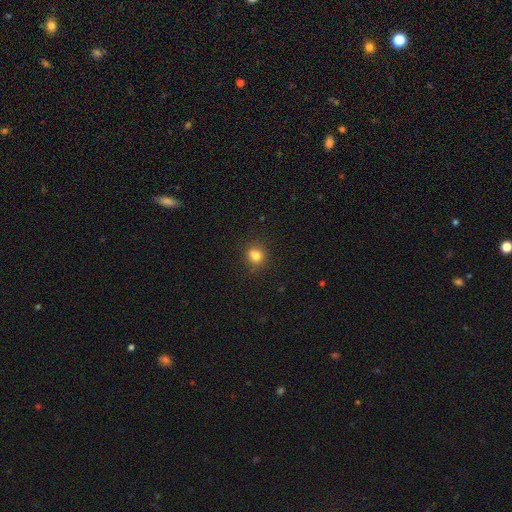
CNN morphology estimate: A smooth galaxy with no disk features (81%) that is round (79%).

Vote fractions:
- Smooth or featured? smooth: 81% / star or artifact: 13% / featured or disk: 6%
- How rounded? round: 79% / in between: 19% / cigar-shaped: 1%
- Merging? none: 83% / minor disturbance: 12% / major disturbance: 3% / merger: 2%